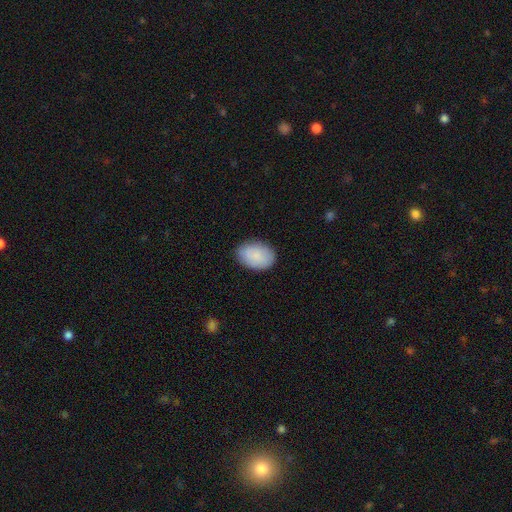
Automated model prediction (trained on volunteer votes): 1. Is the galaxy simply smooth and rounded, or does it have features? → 84% smooth, 9% featured or disk, 6% star or artifact.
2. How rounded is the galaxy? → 84% in between, 15% round, 1% cigar-shaped.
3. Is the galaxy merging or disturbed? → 84% none, 12% minor disturbance, 3% major disturbance, 1% merger.